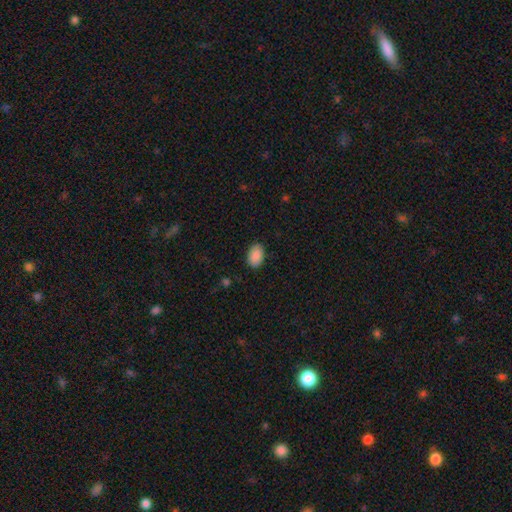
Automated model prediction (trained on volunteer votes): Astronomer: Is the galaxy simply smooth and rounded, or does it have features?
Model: smooth — 90%.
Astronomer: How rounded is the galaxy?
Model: in between — 90%.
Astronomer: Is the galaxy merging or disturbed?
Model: none — 88%.